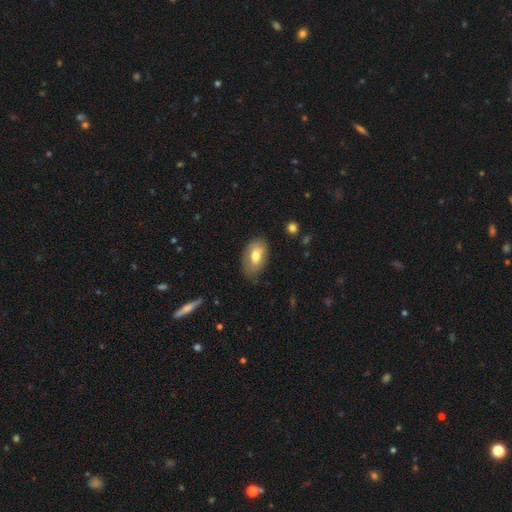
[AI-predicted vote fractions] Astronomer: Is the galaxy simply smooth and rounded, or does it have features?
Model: smooth — 67%.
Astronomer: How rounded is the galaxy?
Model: in between — 92%.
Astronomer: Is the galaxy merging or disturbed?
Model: none — 64%.